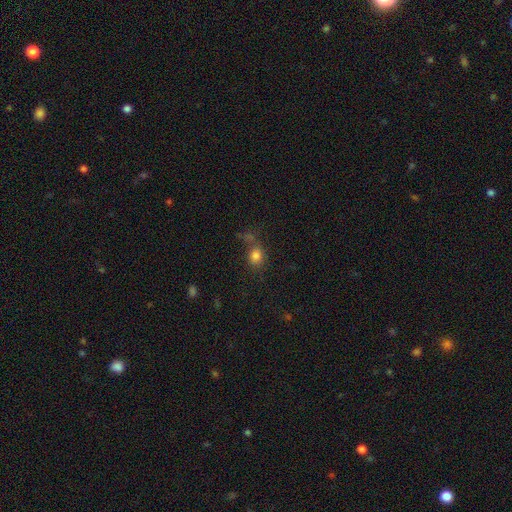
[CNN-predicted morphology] This appears to be a smooth galaxy with no disk features (80%) that is round (67%). Merging: none (58%).